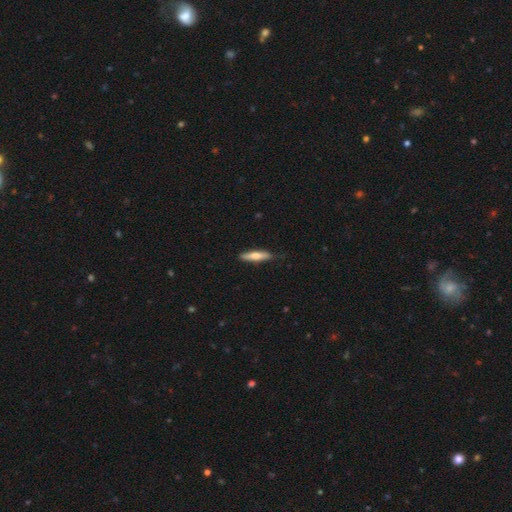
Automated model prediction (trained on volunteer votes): Smooth or featured: smooth — 66% (featured or disk — 28%)
How rounded: cigar-shaped — 79% (in between — 19%)
Merging: none — 82% (minor disturbance — 15%)